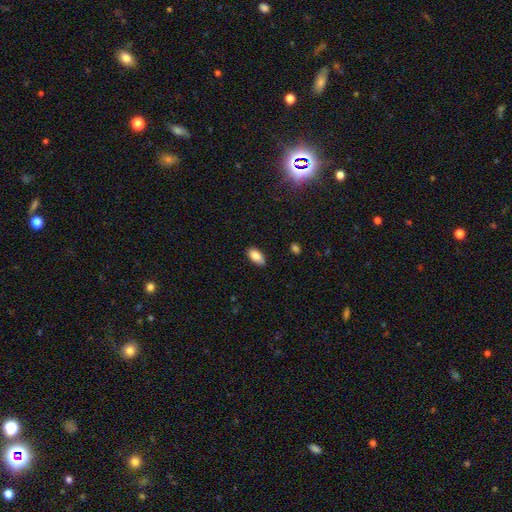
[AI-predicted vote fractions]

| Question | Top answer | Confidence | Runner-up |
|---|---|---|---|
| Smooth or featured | smooth | 86% | star or artifact (7%) |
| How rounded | in between | 92% | cigar-shaped (6%) |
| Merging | none | 80% | minor disturbance (16%) |